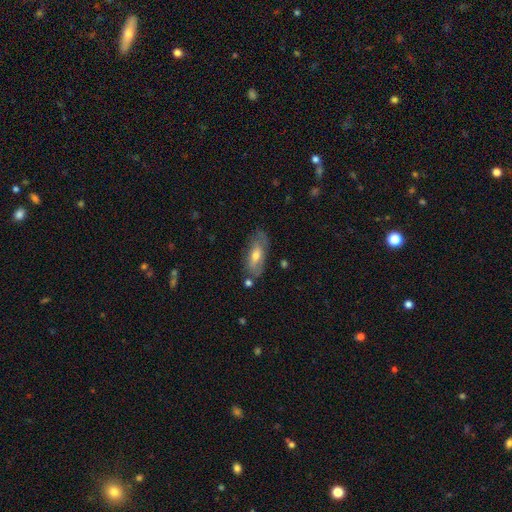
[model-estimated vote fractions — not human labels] The model was most divided on "smooth or featured": smooth: 49%, featured or disk: 44%, star or artifact: 7%. More confident: merging — none (66%).